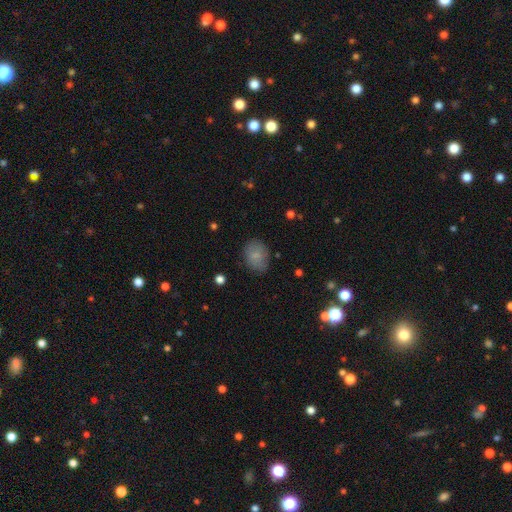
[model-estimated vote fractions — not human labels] A smooth galaxy with no disk features (82%) that is in between round and cigar-shaped (66%).

Vote fractions:
- Smooth or featured? smooth: 82% / featured or disk: 10% / star or artifact: 8%
- How rounded? in between: 66% / round: 33% / cigar-shaped: 1%
- Merging? none: 78% / minor disturbance: 16% / major disturbance: 4% / merger: 1%